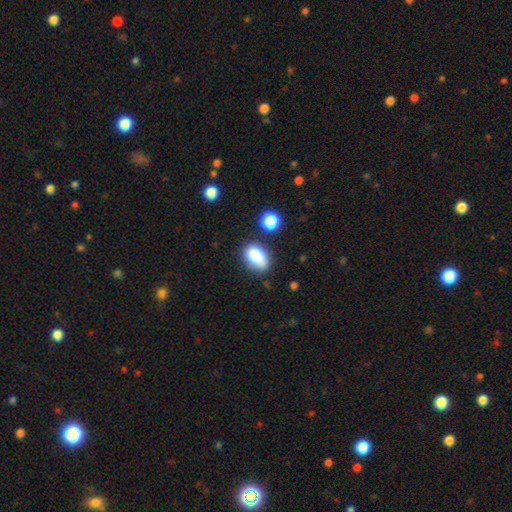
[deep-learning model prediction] This is clearly a smooth galaxy (83%). How rounded: clearly in between (87%). Merging: likely none (63%).